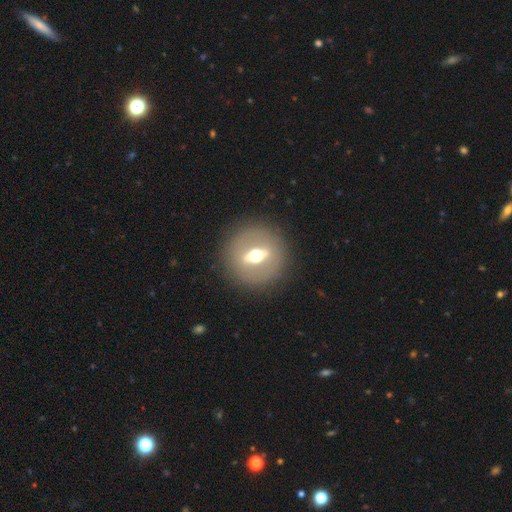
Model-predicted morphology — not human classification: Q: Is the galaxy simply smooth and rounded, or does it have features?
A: featured or disk — 71%.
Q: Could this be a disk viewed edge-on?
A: no — 53%.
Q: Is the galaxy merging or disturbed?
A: none — 88%.